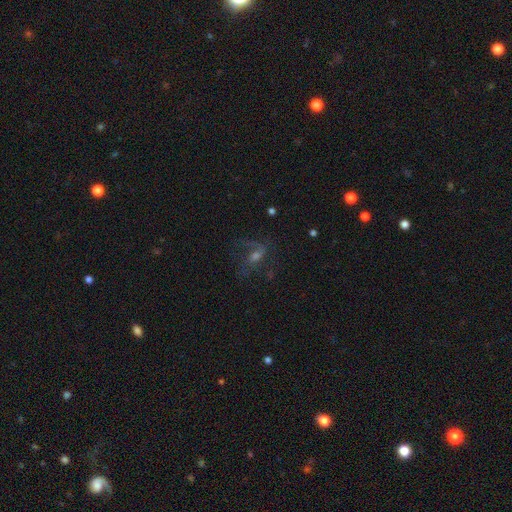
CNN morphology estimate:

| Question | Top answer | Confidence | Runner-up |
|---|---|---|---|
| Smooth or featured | featured or disk | 60% | star or artifact (22%) |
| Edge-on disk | no | 94% | yes (6%) |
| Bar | no | 46% | weak (40%) |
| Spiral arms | yes | 84% | no (16%) |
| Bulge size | moderate | 48% | small (34%) |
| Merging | none | 59% | major disturbance (22%) |